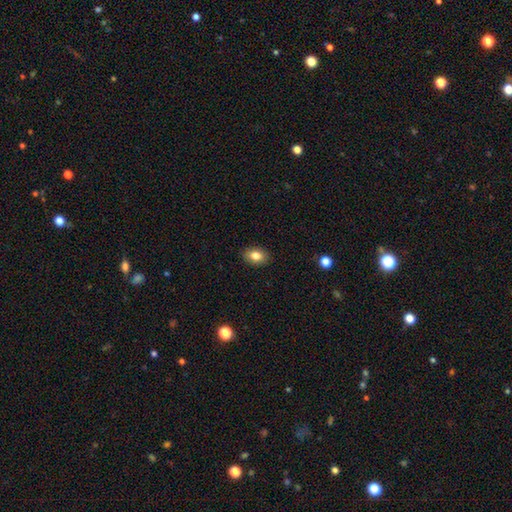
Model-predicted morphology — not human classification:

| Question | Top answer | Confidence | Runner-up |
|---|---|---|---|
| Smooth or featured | smooth | 83% | featured or disk (9%) |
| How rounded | in between | 81% | round (18%) |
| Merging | none | 89% | minor disturbance (8%) |